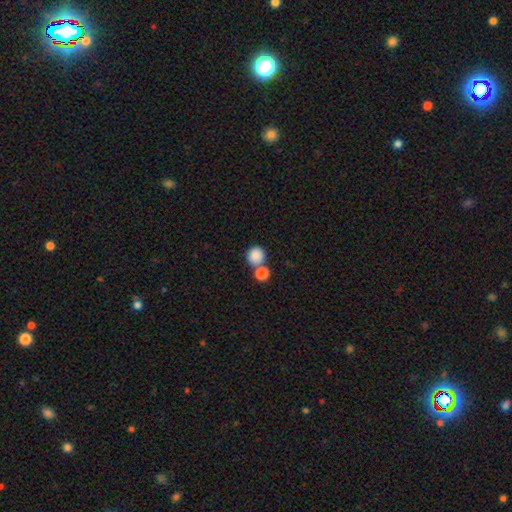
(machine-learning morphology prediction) smooth-or-featured: smooth: 85% | star or artifact: 10% | featured or disk: 5%
  how-rounded: round: 89% | in between: 10% | cigar-shaped: 1%
  merging: none: 60% | merger: 29% | minor disturbance: 8% | major disturbance: 3%